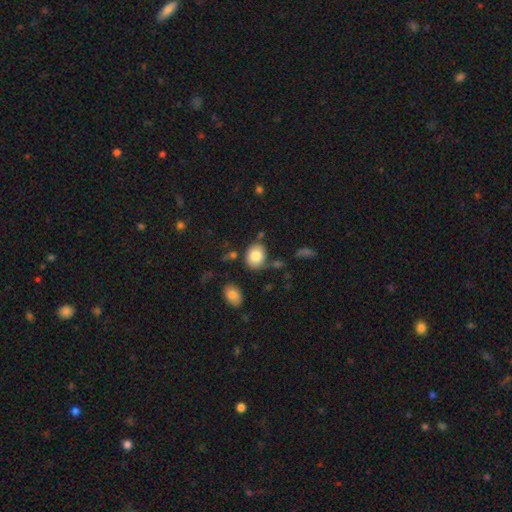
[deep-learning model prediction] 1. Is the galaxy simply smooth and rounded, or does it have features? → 82% smooth, 10% featured or disk, 8% star or artifact.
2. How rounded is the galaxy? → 54% in between, 45% round, 1% cigar-shaped.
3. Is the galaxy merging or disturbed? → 72% none, 17% minor disturbance, 7% merger, 5% major disturbance.